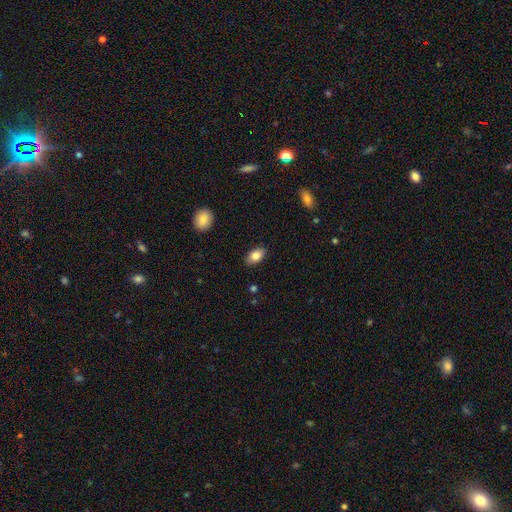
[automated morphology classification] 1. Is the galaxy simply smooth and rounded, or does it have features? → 83% smooth, 10% featured or disk, 8% star or artifact.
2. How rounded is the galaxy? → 90% in between, 7% round, 2% cigar-shaped.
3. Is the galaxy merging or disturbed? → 87% none, 10% minor disturbance, 2% major disturbance, 1% merger.